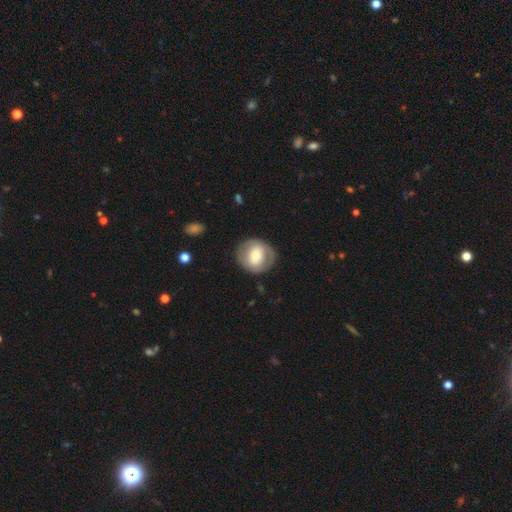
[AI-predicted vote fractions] Smooth or featured? Predicted: smooth (p=0.49). Merging? Predicted: none (p=0.81).